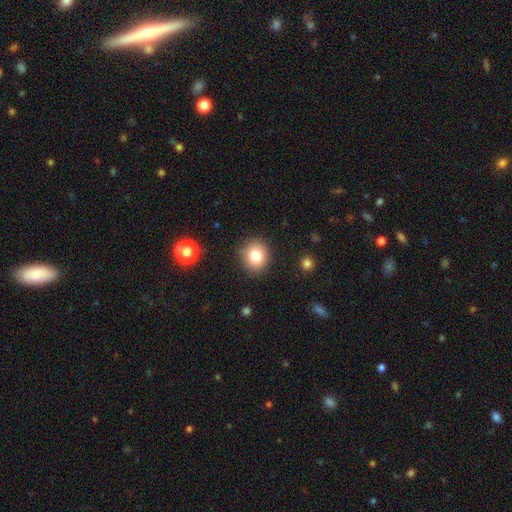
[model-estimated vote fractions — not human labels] smooth_or_featured: smooth (p=0.80) [alt: star or artifact p=0.11]
how_rounded: round (p=0.78) [alt: in between p=0.21]
merging: none (p=0.86) [alt: minor disturbance p=0.10]